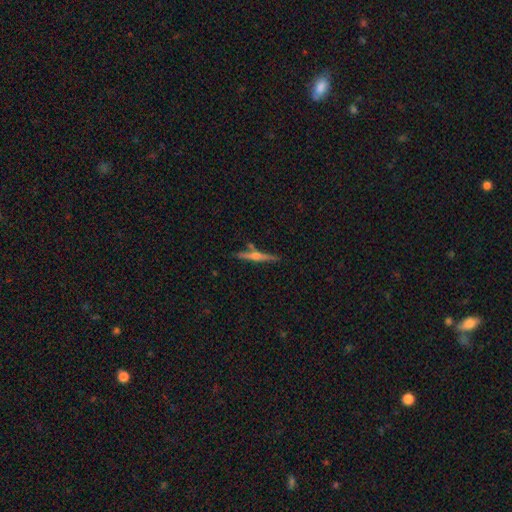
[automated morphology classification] Smooth or featured?
  - featured or disk: 73% *
  - smooth: 20%
  - star or artifact: 7%
Edge-on disk?
  - yes: 98% *
  - no: 2%
Edge-on bulge?
  - rounded: 86% *
  - none: 8%
  - boxy: 6%
Merging?
  - none: 84% *
  - minor disturbance: 9%
  - merger: 5%
  - major disturbance: 2%